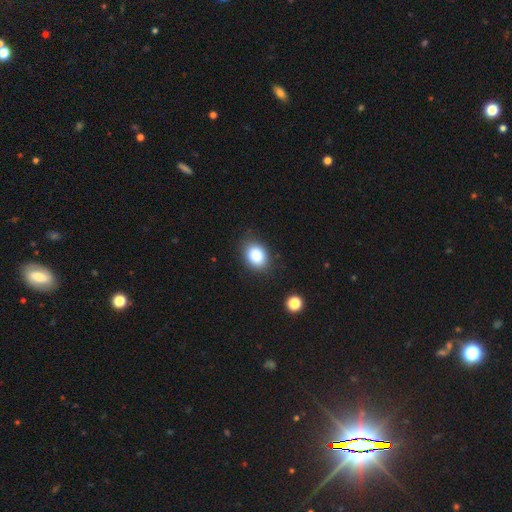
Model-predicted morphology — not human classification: smooth-or-featured: smooth: 82% | star or artifact: 10% | featured or disk: 8%
  how-rounded: in between: 55% | round: 44% | cigar-shaped: 1%
  merging: none: 85% | minor disturbance: 10% | major disturbance: 3% | merger: 2%